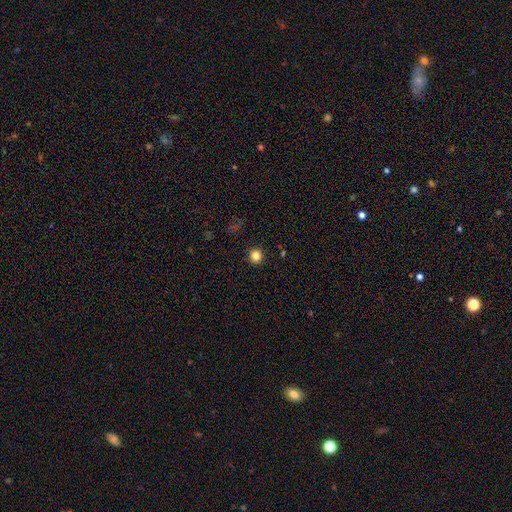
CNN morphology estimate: Smooth or featured? smooth (83%)
How rounded? round (94%)
Merging? none (93%)